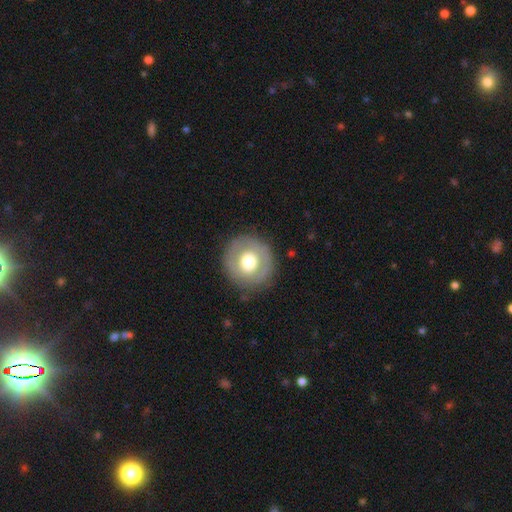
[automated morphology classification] Smooth or featured: smooth — 48% (featured or disk — 40%)
Merging: none — 87% (minor disturbance — 8%)